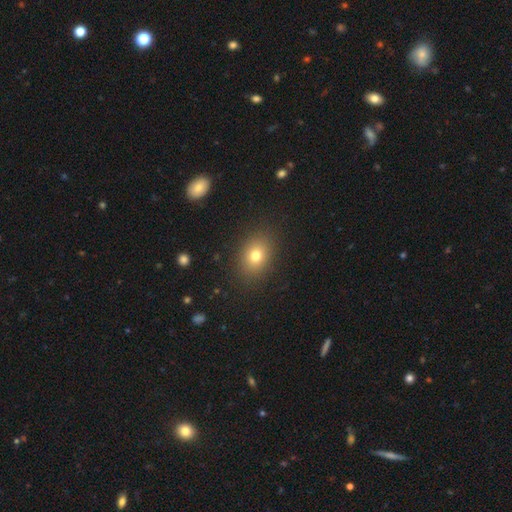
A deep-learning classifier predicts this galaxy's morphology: This is likely a smooth galaxy (77%). How rounded: likely in between (63%). Merging: clearly none (87%).